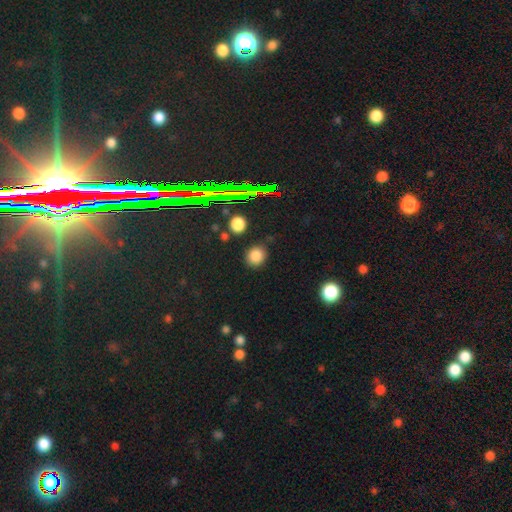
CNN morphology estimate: Q: Smooth or featured?
A: smooth (80%); runner-up: star or artifact (15%)
Q: How rounded?
A: round (76%); runner-up: in between (23%)
Q: Merging?
A: none (81%); runner-up: minor disturbance (12%)